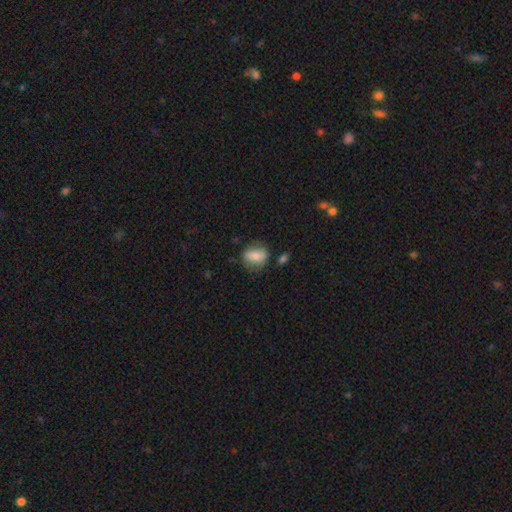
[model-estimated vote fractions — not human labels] A smooth galaxy with no disk features (71%) that is in between round and cigar-shaped (53%). Merging: none (68%).